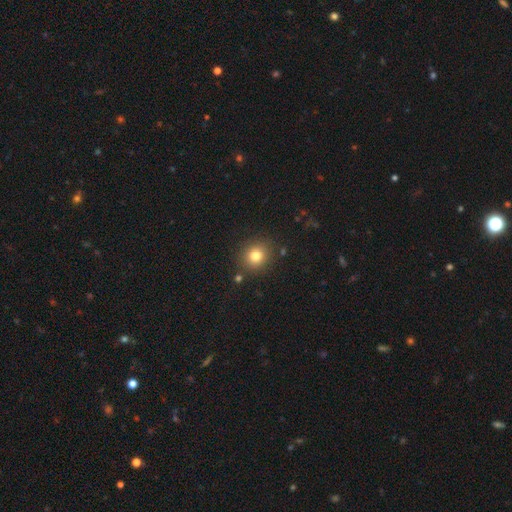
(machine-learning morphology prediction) smooth_or_featured: smooth (p=0.80) [alt: star or artifact p=0.12]
how_rounded: round (p=0.81) [alt: in between p=0.18]
merging: none (p=0.85) [alt: minor disturbance p=0.09]